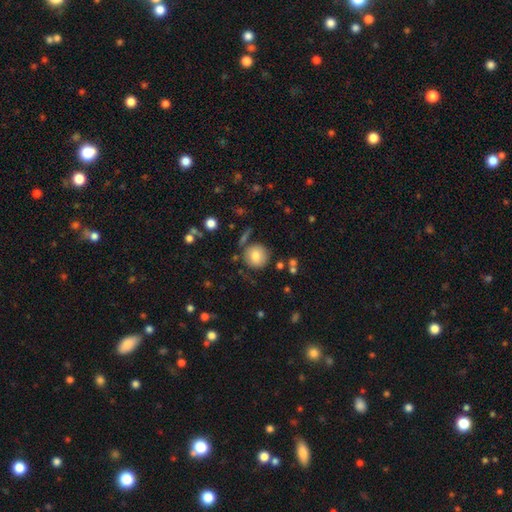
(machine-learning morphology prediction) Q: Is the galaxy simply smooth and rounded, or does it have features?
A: smooth — 80%.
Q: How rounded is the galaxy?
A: round — 92%.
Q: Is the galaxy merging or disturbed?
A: none — 79%.